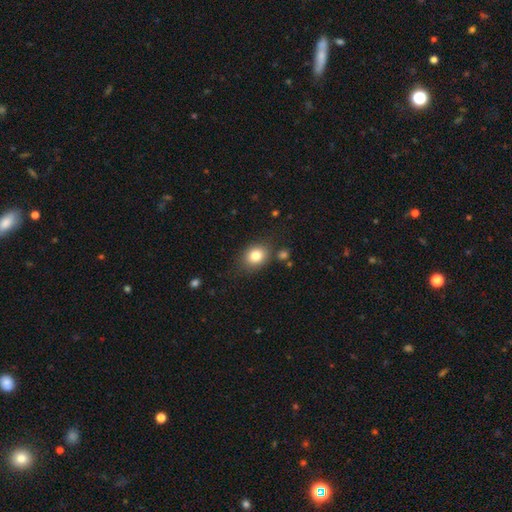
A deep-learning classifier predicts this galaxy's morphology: Smooth or featured?
  - smooth: 81% *
  - star or artifact: 10%
  - featured or disk: 9%
How rounded?
  - round: 50% *
  - in between: 49%
  - cigar-shaped: 1%
Merging?
  - none: 79% *
  - minor disturbance: 12%
  - merger: 5%
  - major disturbance: 4%